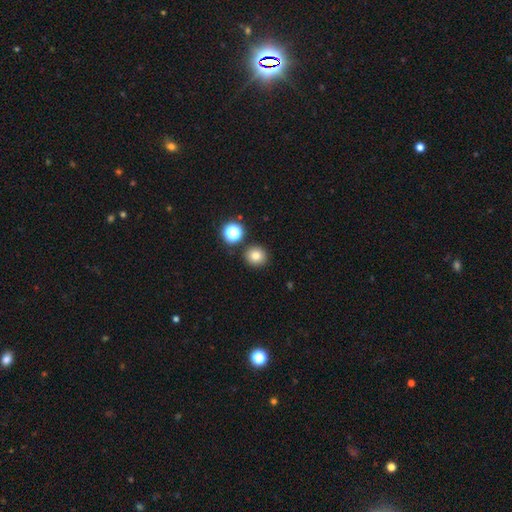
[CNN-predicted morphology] This is likely a smooth galaxy (79%). How rounded: clearly round (92%). Merging: clearly none (86%).